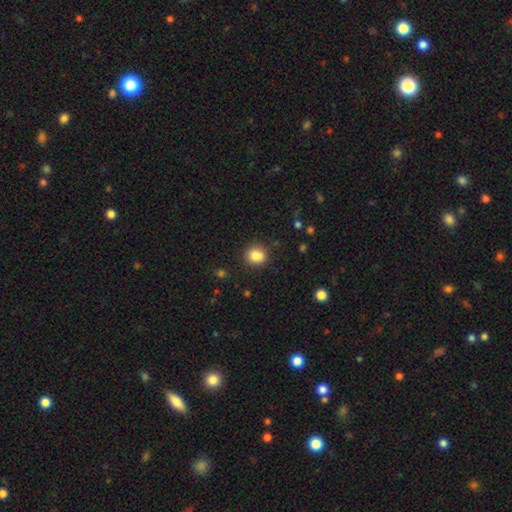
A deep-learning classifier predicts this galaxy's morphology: Overall: smooth (82%). How rounded: round (78%). Merging: none (75%).